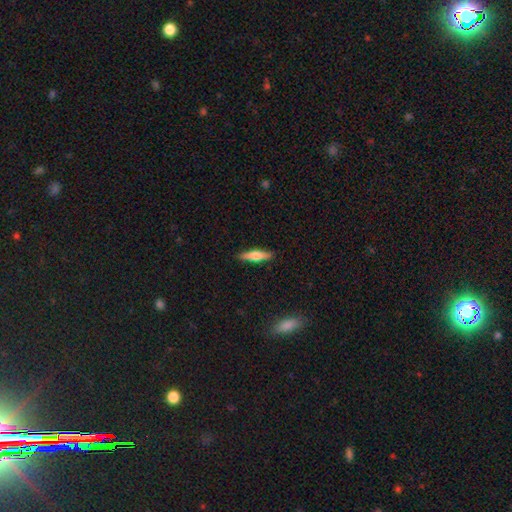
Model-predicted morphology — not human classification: Smooth or featured: smooth — 57% (featured or disk — 37%)
How rounded: cigar-shaped — 76% (in between — 22%)
Merging: none — 89% (minor disturbance — 8%)